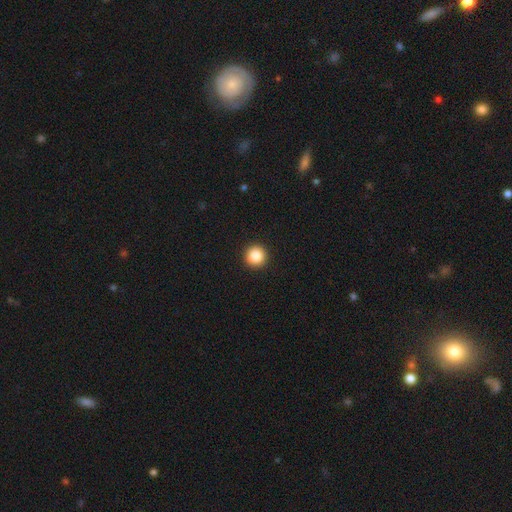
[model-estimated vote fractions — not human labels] This is clearly a smooth galaxy (86%). How rounded: clearly round (96%). Merging: clearly none (93%).